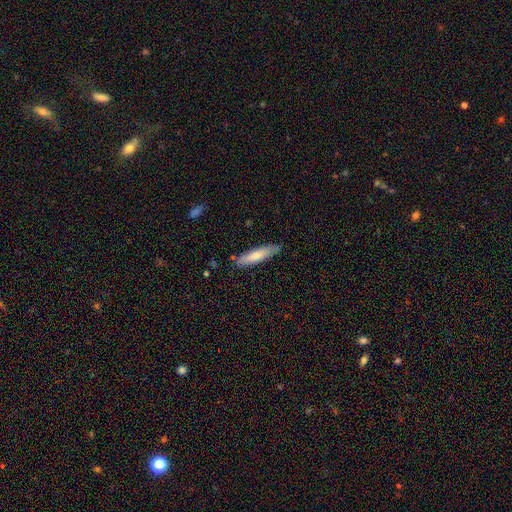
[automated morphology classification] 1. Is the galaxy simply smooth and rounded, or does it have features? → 73% smooth, 21% featured or disk, 5% star or artifact.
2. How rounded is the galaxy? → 81% cigar-shaped, 18% in between, 1% round.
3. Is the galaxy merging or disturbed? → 83% none, 13% minor disturbance, 2% major disturbance, 2% merger.